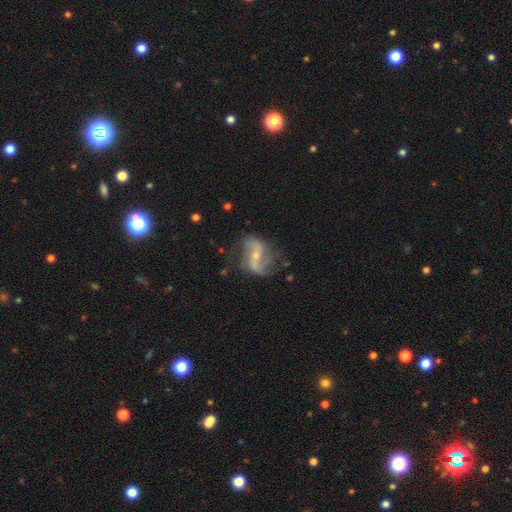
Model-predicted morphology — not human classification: The model was most divided on "bar": weak: 41%, strong: 35%, no: 24%. More confident: edge-on disk — no (97%); spiral arms — yes (94%); spiral arm count — 2 (88%); smooth or featured — featured or disk (85%); spiral winding — loose (72%); merging — none (67%); bulge size — small (61%).